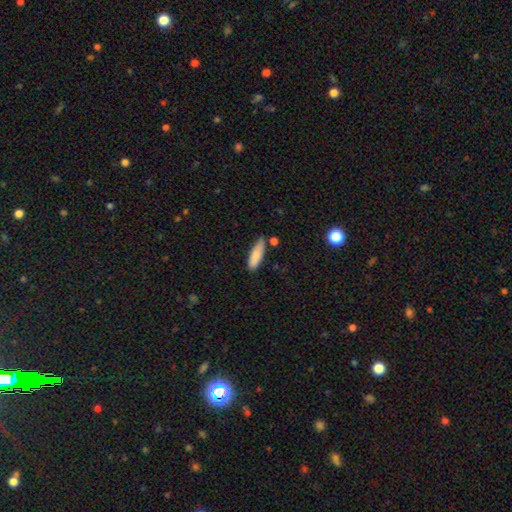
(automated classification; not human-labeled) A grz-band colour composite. It shows a smooth galaxy with no disk features (82%) that is cigar-shaped (51%). Merging: none (71%).